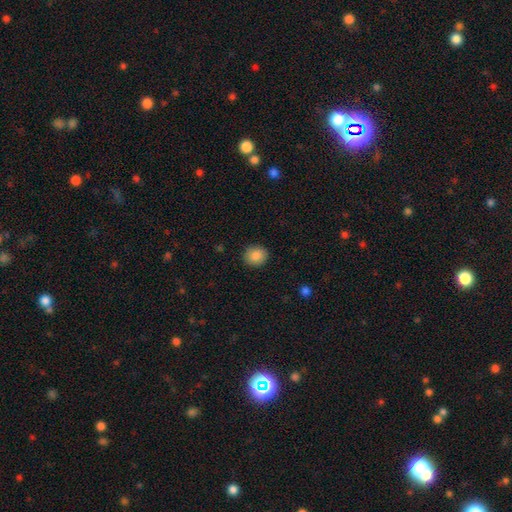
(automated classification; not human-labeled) A smooth galaxy with no disk features (87%) that is round (84%). Merging: none (91%).